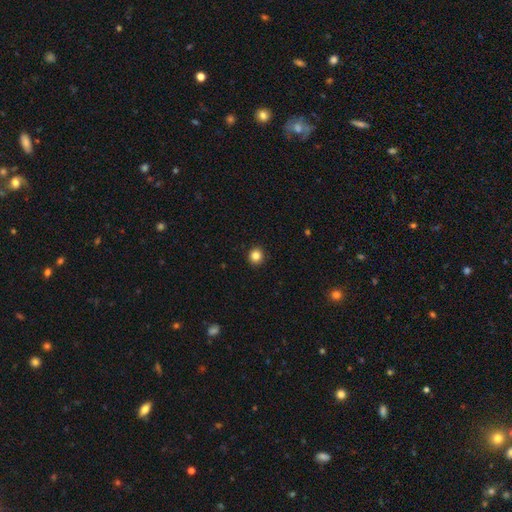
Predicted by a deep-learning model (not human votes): A smooth galaxy with no disk features (85%) that is round (90%). Merging: none (92%).